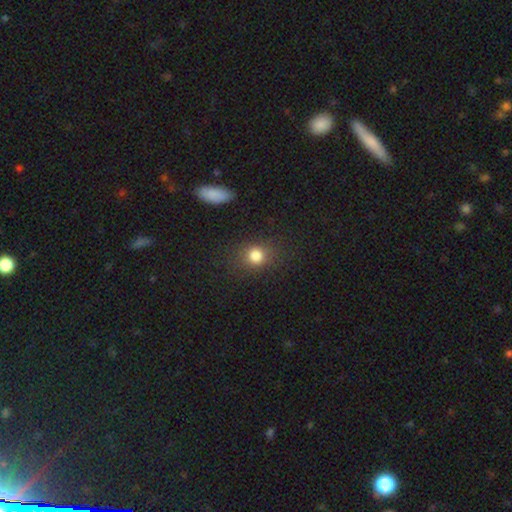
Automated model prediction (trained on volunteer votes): Smooth or featured? Predicted: smooth (p=0.80). How rounded? Predicted: round (p=0.67). Merging? Predicted: none (p=0.80).